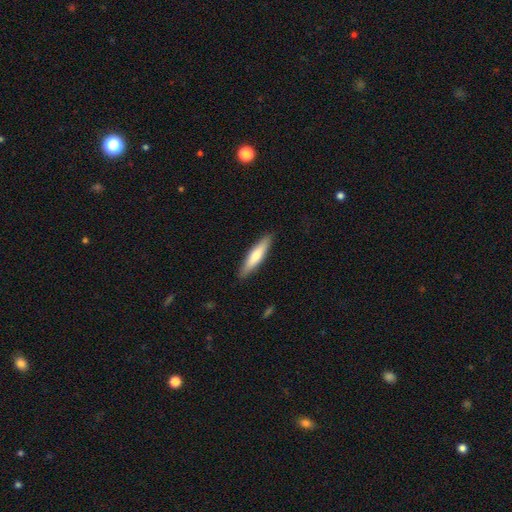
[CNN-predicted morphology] A smooth galaxy with no disk features (66%) that is cigar-shaped (83%). Merging: none (90%).